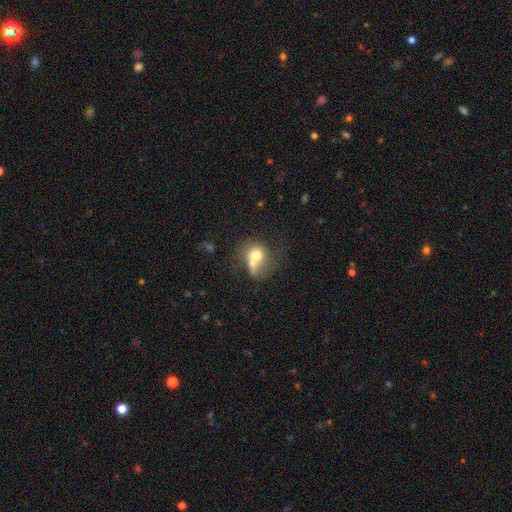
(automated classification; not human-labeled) Q: Smooth or featured?
A: smooth (68%); runner-up: featured or disk (22%)
Q: How rounded?
A: round (69%); runner-up: in between (30%)
Q: Merging?
A: merger (51%); runner-up: none (25%)